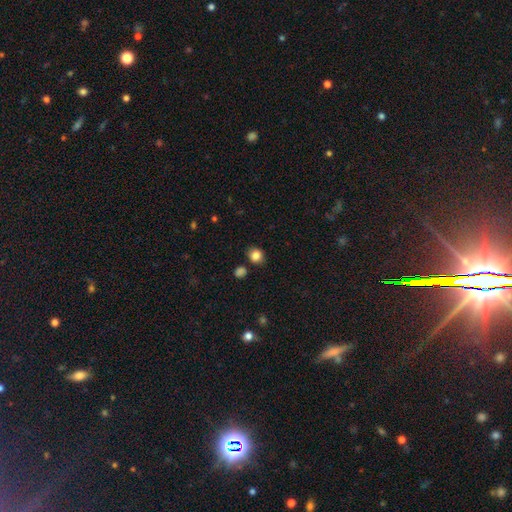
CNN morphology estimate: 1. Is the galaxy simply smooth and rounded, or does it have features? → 84% smooth, 11% star or artifact, 5% featured or disk.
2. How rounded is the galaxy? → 77% round, 23% in between, 1% cigar-shaped.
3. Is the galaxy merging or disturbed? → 83% none, 10% minor disturbance, 4% merger, 3% major disturbance.